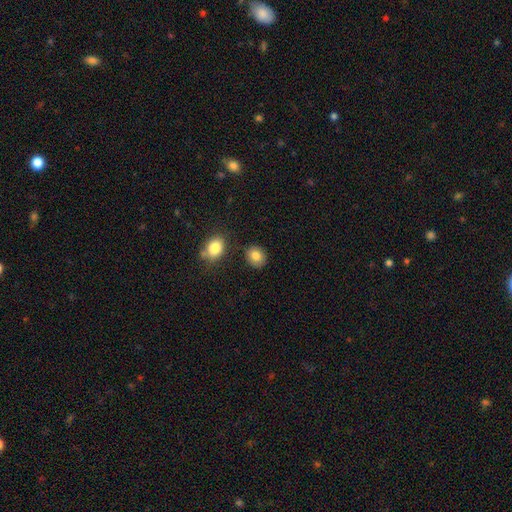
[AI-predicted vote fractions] Q: Smooth or featured?
A: smooth (84%); runner-up: star or artifact (9%)
Q: How rounded?
A: round (61%); runner-up: in between (38%)
Q: Merging?
A: none (80%); runner-up: minor disturbance (11%)